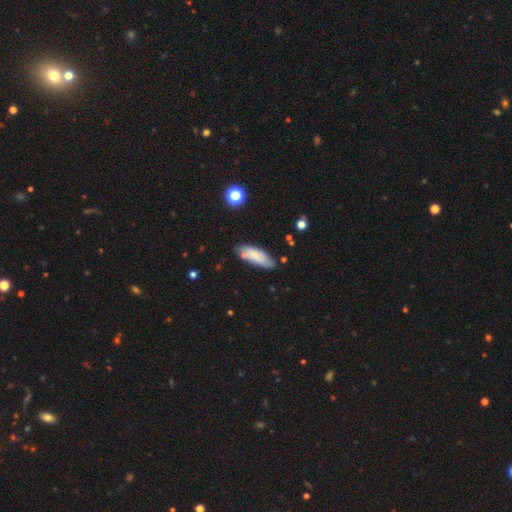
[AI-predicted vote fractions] smooth_or_featured: smooth (p=0.75) [alt: featured or disk p=0.18]
how_rounded: in between (p=0.64) [alt: cigar-shaped p=0.35]
merging: none (p=0.77) [alt: minor disturbance p=0.15]